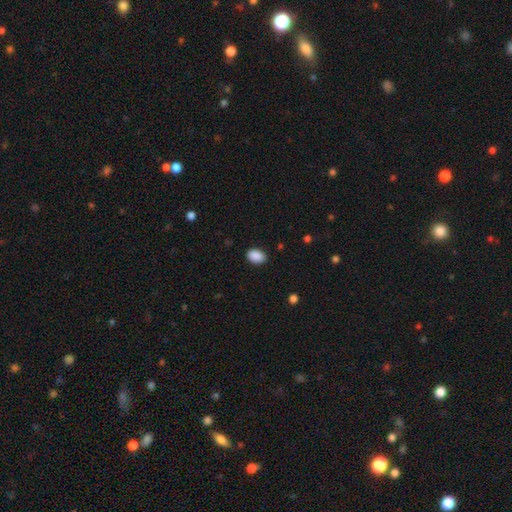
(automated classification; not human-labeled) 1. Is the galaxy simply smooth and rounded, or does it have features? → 90% smooth, 7% star or artifact, 3% featured or disk.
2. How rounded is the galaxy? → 83% in between, 16% round, 1% cigar-shaped.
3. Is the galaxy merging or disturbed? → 88% none, 9% minor disturbance, 2% major disturbance, 1% merger.